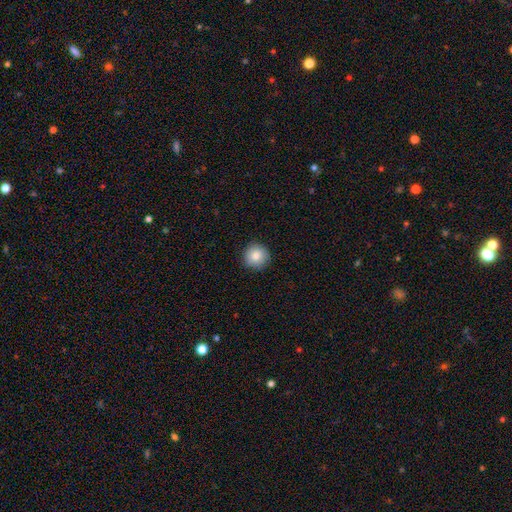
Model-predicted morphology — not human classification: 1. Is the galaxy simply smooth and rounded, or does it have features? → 83% smooth, 9% star or artifact, 8% featured or disk.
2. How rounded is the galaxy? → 95% round, 4% in between, 1% cigar-shaped.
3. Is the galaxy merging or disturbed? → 90% none, 7% minor disturbance, 2% major disturbance, 1% merger.